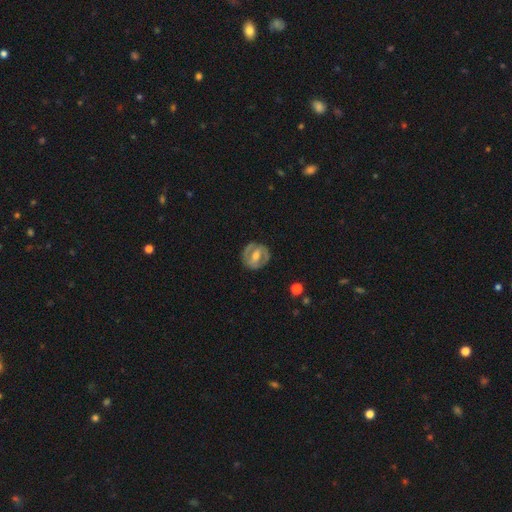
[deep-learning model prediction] The model was most divided on "spiral arms": no: 53%, yes: 47%. Remaining: edge-on disk — no (95%); merging — none (80%); bulge size — moderate (65%); smooth or featured — featured or disk (64%); bar — weak (40%).